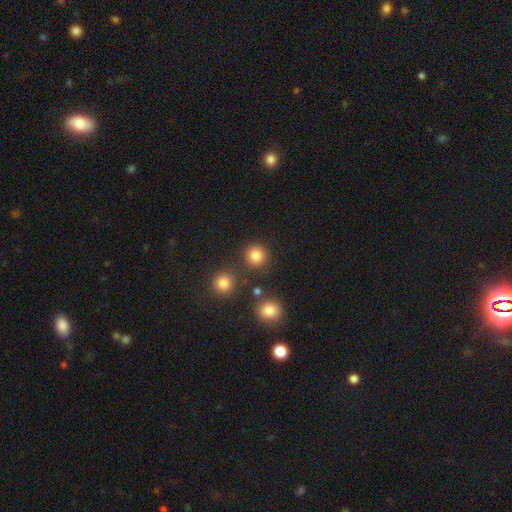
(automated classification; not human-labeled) Smooth or featured?
  - smooth: 83% *
  - star or artifact: 13%
  - featured or disk: 4%
How rounded?
  - round: 93% *
  - in between: 6%
  - cigar-shaped: 1%
Merging?
  - none: 84% *
  - minor disturbance: 7%
  - merger: 6%
  - major disturbance: 3%